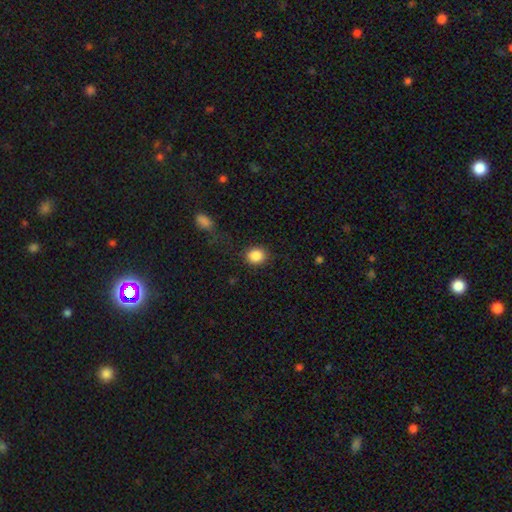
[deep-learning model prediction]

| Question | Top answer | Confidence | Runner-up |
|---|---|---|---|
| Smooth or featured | smooth | 86% | star or artifact (9%) |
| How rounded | round | 77% | in between (22%) |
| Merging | none | 84% | minor disturbance (10%) |